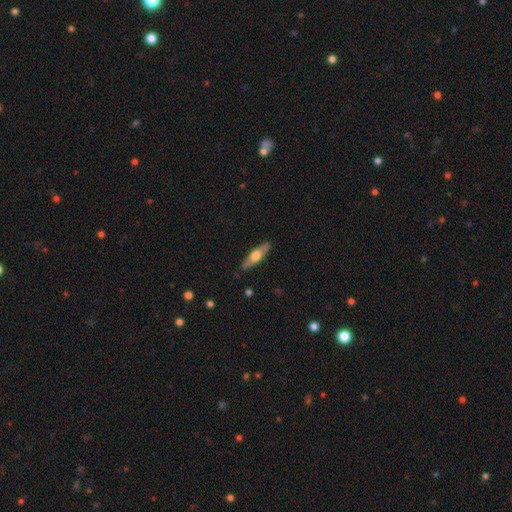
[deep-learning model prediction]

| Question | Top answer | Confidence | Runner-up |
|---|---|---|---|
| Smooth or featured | featured or disk | 51% | smooth (44%) |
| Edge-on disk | yes | 87% | no (13%) |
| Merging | none | 87% | minor disturbance (10%) |